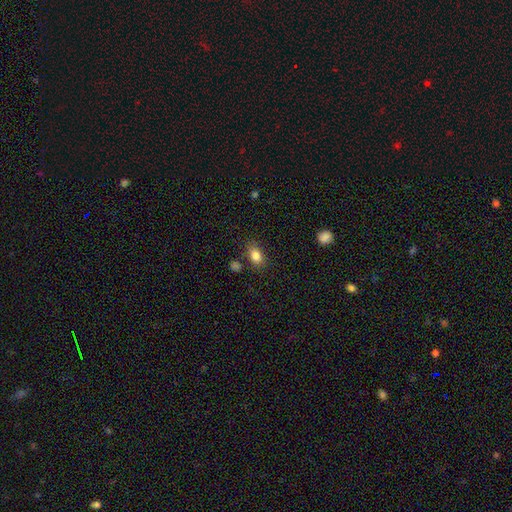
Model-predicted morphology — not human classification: This is clearly a smooth galaxy (84%). How rounded: likely in between (78%). Merging: likely none (76%).